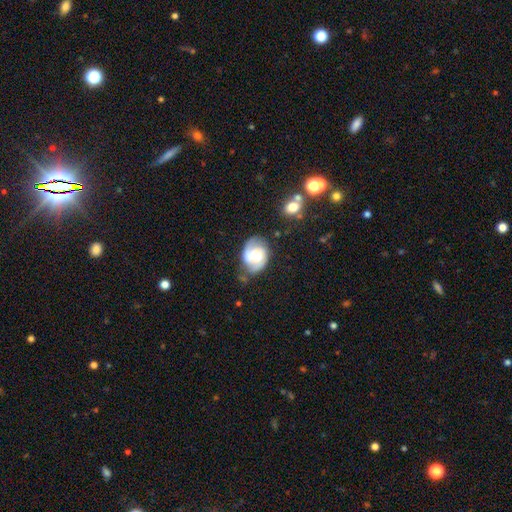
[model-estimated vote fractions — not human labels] smooth-or-featured: featured or disk: 60% | smooth: 33% | star or artifact: 7%
  disk-edge-on: no: 96% | yes: 4%
    bar: no: 60% | weak: 32% | strong: 8%
    has-spiral-arms: yes: 79% | no: 21%
    bulge-size: moderate: 62% | large: 25% | small: 10% | dominant: 2% | none: 1%
  merging: none: 59% | minor disturbance: 27% | major disturbance: 10% | merger: 4%